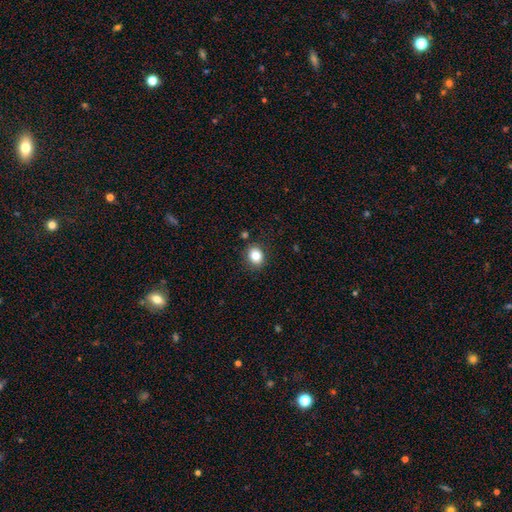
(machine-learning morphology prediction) This appears to be a smooth galaxy with no disk features (82%) that is round (65%). Merging: none (86%).